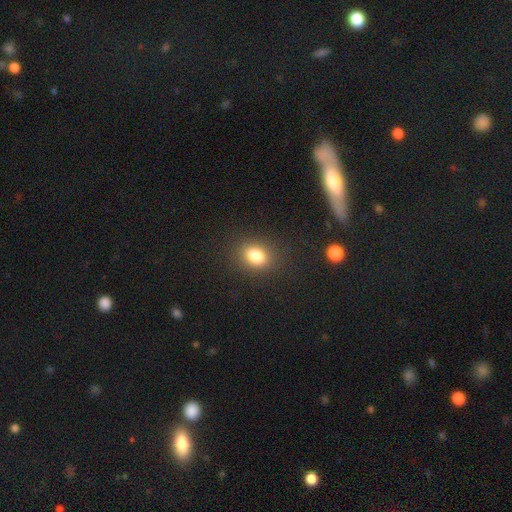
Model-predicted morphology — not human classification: Smooth or featured? Predicted: smooth (p=0.81). How rounded? Predicted: in between (p=0.57). Merging? Predicted: none (p=0.86).